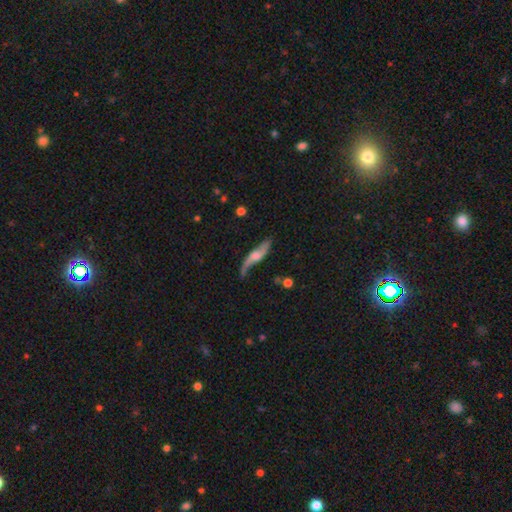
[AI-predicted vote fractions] featured or disk 76%, smooth 19%, star or artifact 6%. Down the decision tree: edge-on disk — no (65%); merging — none (64%).